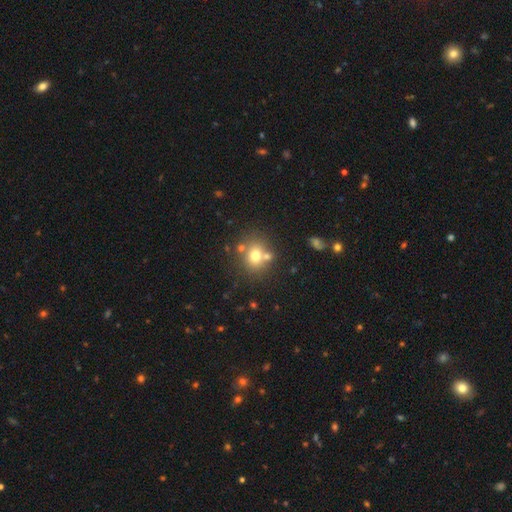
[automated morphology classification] The model was most divided on "merging": none: 61%, merger: 23%, minor disturbance: 11%, major disturbance: 4%. More confident: how rounded — round (71%); smooth or featured — smooth (70%).